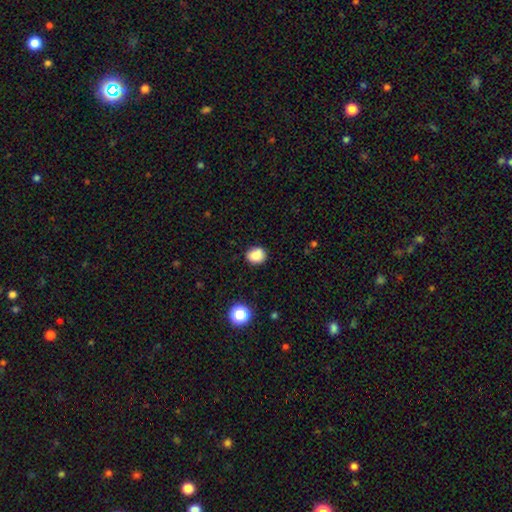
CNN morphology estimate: smooth 85%, star or artifact 10%, featured or disk 5%. Down the decision tree: how rounded — round (65%); merging — none (84%).